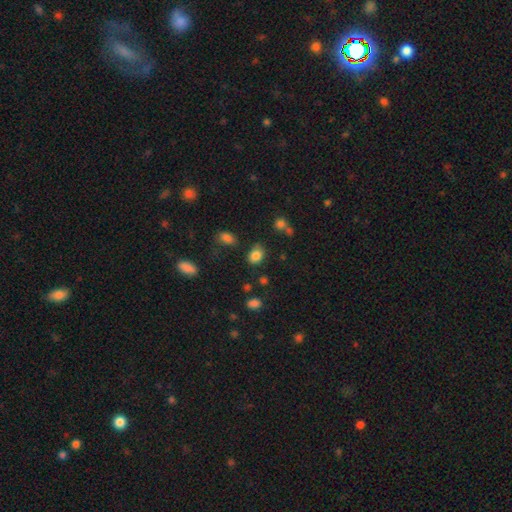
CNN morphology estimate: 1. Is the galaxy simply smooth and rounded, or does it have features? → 82% smooth, 12% star or artifact, 6% featured or disk.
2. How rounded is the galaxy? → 65% in between, 34% round, 1% cigar-shaped.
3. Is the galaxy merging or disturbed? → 72% none, 18% minor disturbance, 5% major disturbance, 5% merger.